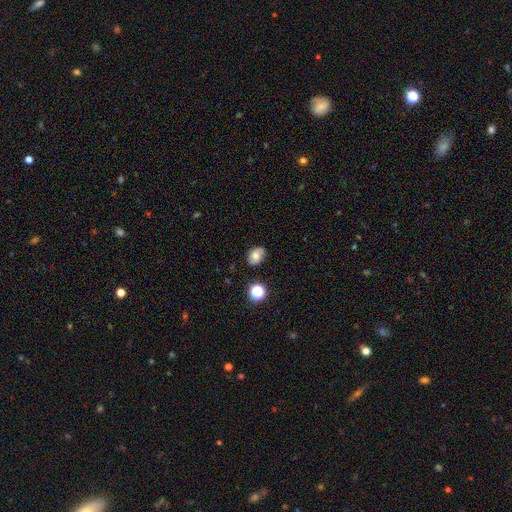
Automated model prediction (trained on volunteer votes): This appears to be a smooth galaxy with no disk features (67%) that is in between round and cigar-shaped (71%). Merging: none (77%).